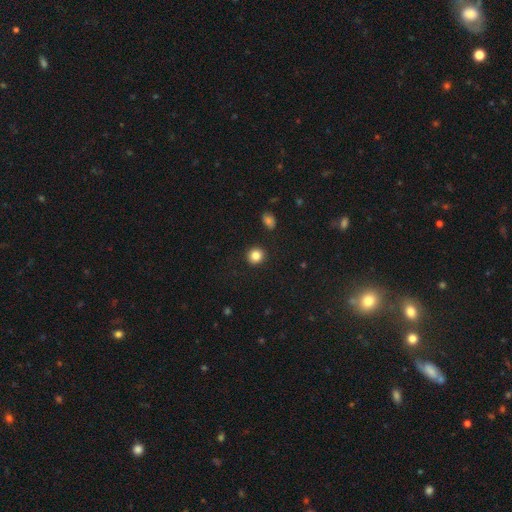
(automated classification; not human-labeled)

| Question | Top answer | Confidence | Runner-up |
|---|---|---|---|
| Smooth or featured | smooth | 85% | star or artifact (10%) |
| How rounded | round | 89% | in between (10%) |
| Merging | none | 92% | minor disturbance (5%) |